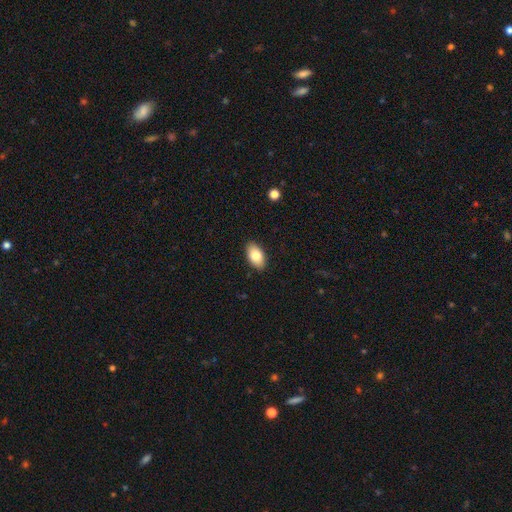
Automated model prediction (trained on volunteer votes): smooth 82%, featured or disk 11%, star or artifact 7%. Down the decision tree: how rounded — in between (93%); merging — none (89%).